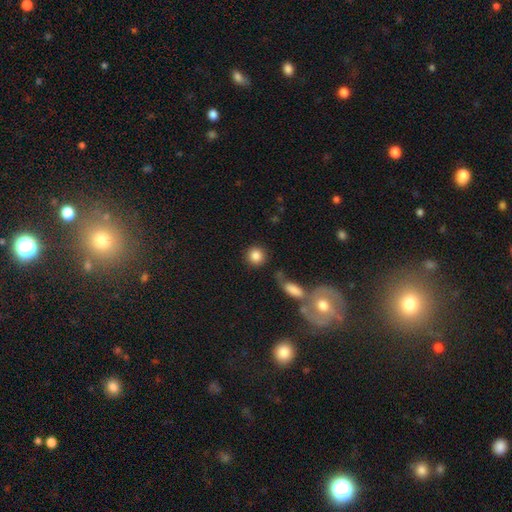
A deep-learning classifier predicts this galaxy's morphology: This appears to be a smooth galaxy with no disk features (85%) that is round (89%). Merging: none (80%).